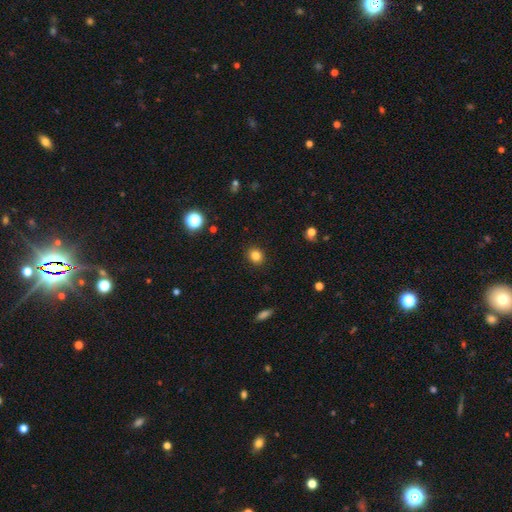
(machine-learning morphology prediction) A smooth galaxy with no disk features (83%) that is round (68%).

Vote fractions:
- Smooth or featured? smooth: 83% / star or artifact: 12% / featured or disk: 5%
- How rounded? round: 68% / in between: 31% / cigar-shaped: 1%
- Merging? none: 90% / minor disturbance: 7% / major disturbance: 2% / merger: 1%